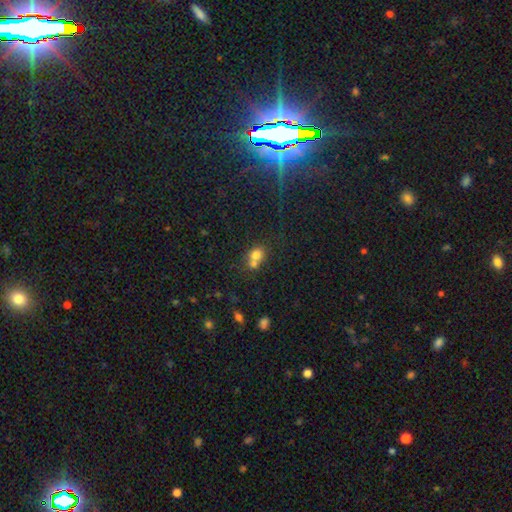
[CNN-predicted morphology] smooth 72%, featured or disk 14%, star or artifact 13%. Down the decision tree: how rounded — round (69%); merging — merger (58%).